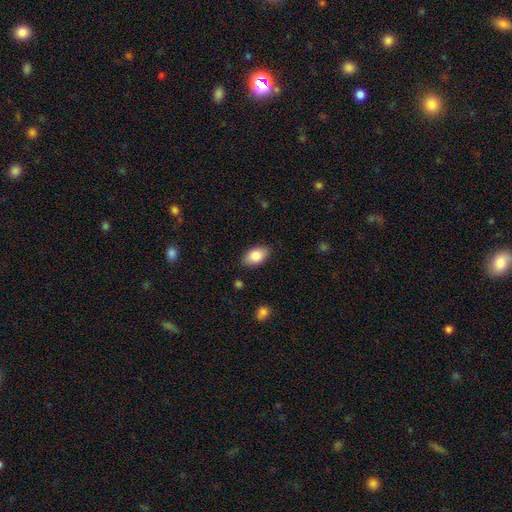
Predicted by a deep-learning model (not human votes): A smooth galaxy with no disk features (84%) that is in between round and cigar-shaped (92%). Merging: none (84%).